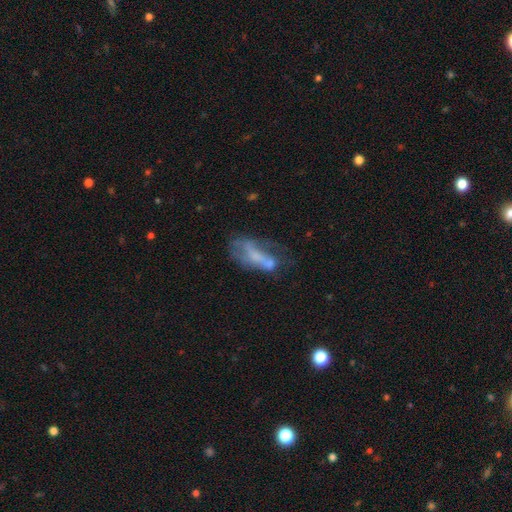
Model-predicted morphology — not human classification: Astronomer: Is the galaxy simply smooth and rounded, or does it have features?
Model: featured or disk — 48% (runner-up: smooth, 40%).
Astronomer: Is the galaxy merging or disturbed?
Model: major disturbance — 33% (runner-up: none, 28%).